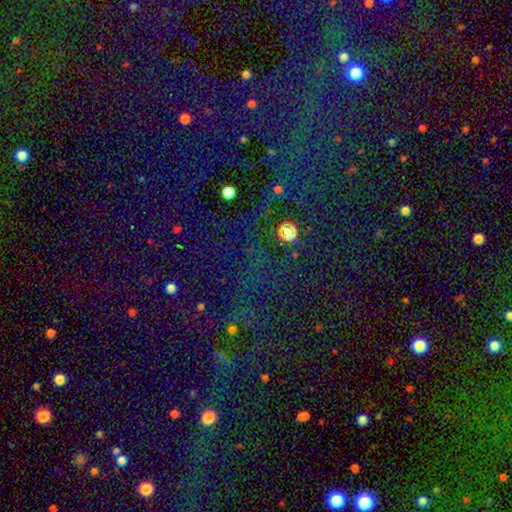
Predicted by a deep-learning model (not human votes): Morphology: type=star or artifact (77%).